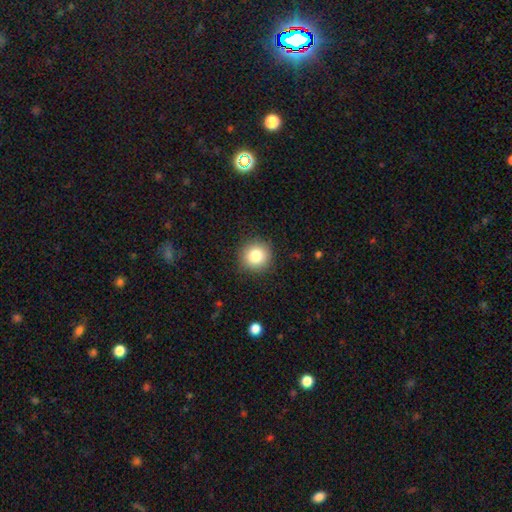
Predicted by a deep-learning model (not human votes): The model was most divided on "smooth or featured": smooth: 83%, star or artifact: 10%, featured or disk: 7%. More confident: how rounded — round (93%); merging — none (89%).